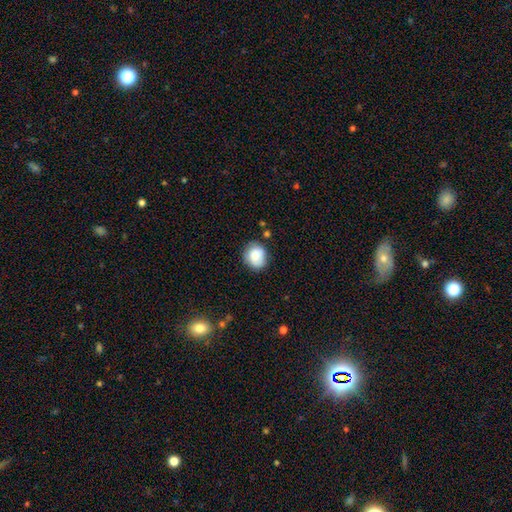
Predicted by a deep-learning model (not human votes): Q: Smooth or featured?
A: smooth (80%); runner-up: featured or disk (12%)
Q: How rounded?
A: round (70%); runner-up: in between (30%)
Q: Merging?
A: none (70%); runner-up: minor disturbance (21%)